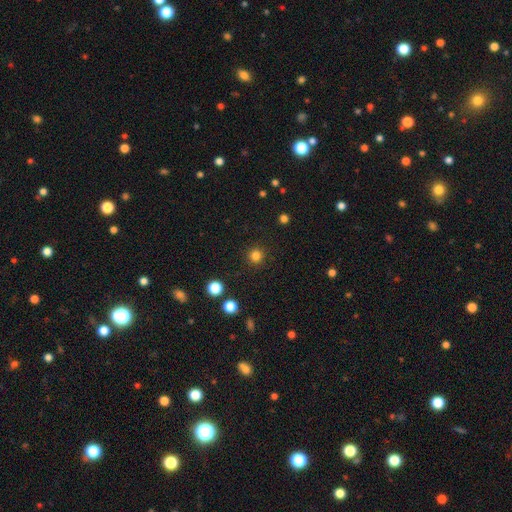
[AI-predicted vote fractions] Q: Smooth or featured?
A: smooth (82%); runner-up: star or artifact (14%)
Q: How rounded?
A: round (95%); runner-up: in between (4%)
Q: Merging?
A: none (91%); runner-up: minor disturbance (5%)